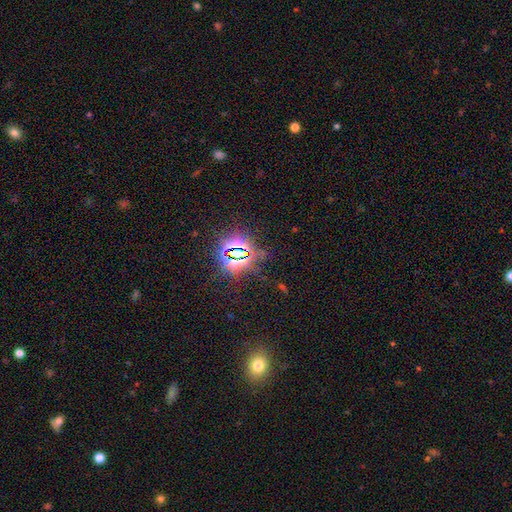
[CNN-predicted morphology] The model was most divided on "smooth or featured": star or artifact: 80%, smooth: 12%, featured or disk: 8%.